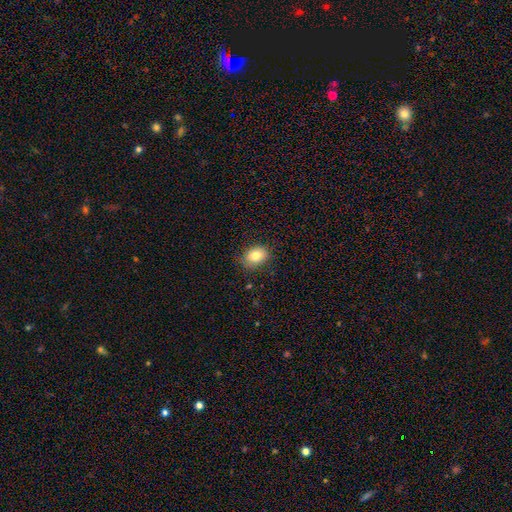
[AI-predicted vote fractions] Morphology: type=smooth (81%); roundness=in between (67%); merging=none (82%).